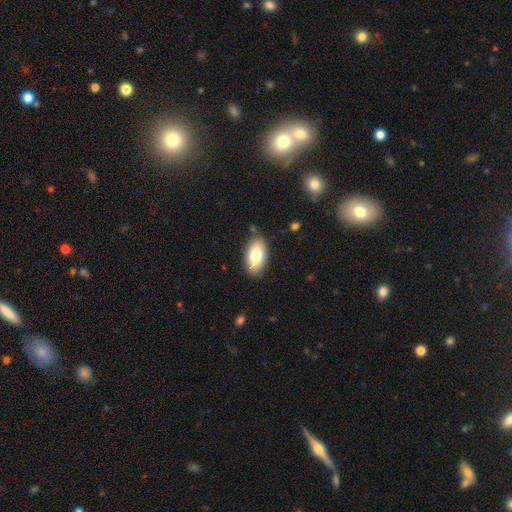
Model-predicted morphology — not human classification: Overall: smooth (79%). How rounded: in between (93%). Merging: none (85%).